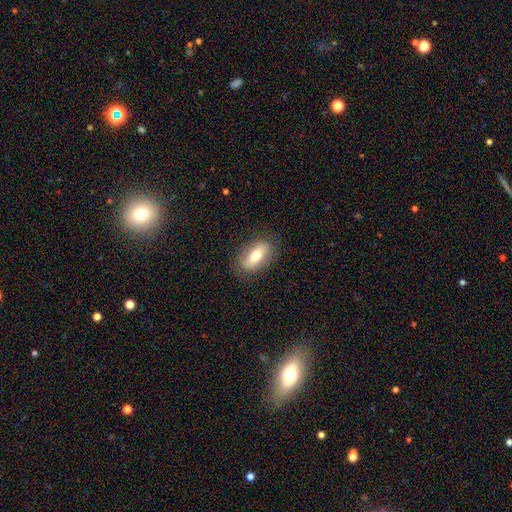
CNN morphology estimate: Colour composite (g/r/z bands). It shows a smooth galaxy with no disk features (66%) that is in between round and cigar-shaped (84%). Merging: none (84%).